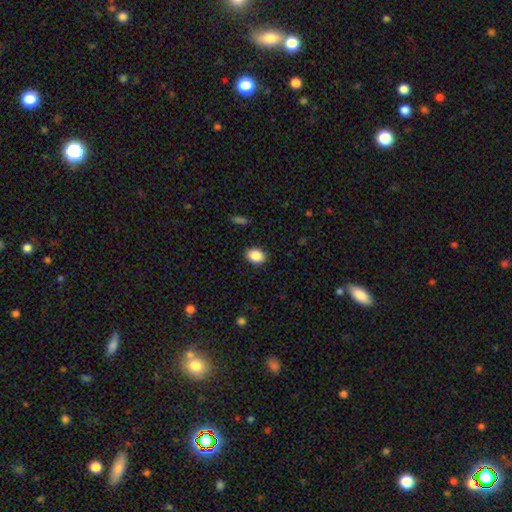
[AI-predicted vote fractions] smooth 88%, star or artifact 8%, featured or disk 4%. Down the decision tree: how rounded — in between (69%); merging — none (89%).